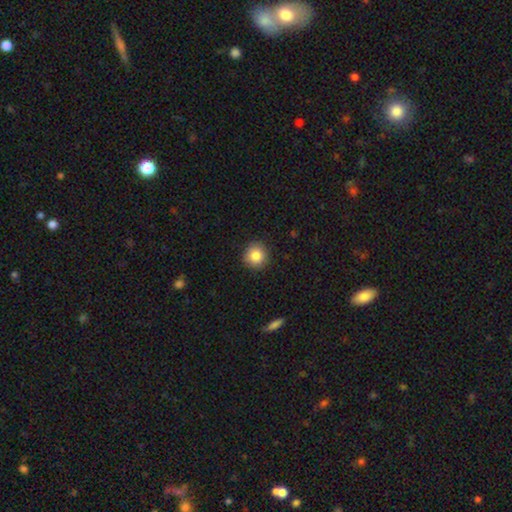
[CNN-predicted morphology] Overall: smooth (84%). How rounded: round (92%). Merging: none (89%).